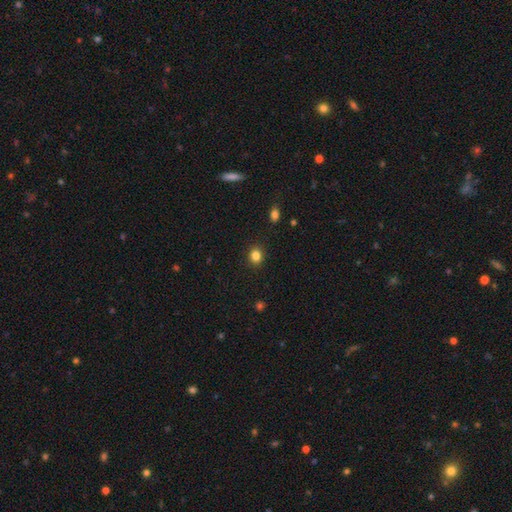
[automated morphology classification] Smooth or featured?
  - smooth: 83% *
  - star or artifact: 12%
  - featured or disk: 5%
How rounded?
  - round: 74% *
  - in between: 25%
  - cigar-shaped: 1%
Merging?
  - none: 90% *
  - minor disturbance: 7%
  - major disturbance: 2%
  - merger: 1%